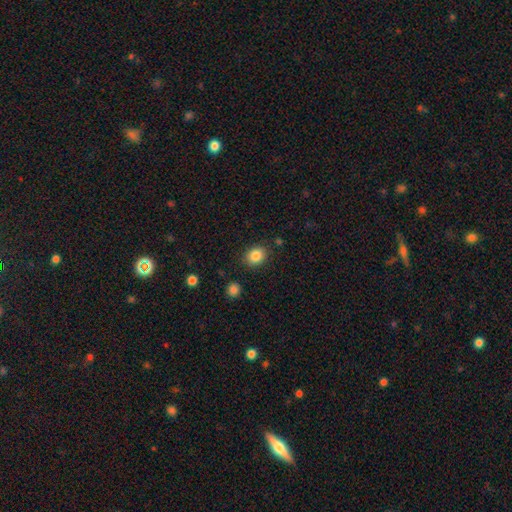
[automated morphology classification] Smooth or featured?
  - smooth: 86% *
  - star or artifact: 9%
  - featured or disk: 5%
How rounded?
  - round: 52% *
  - in between: 47%
  - cigar-shaped: 1%
Merging?
  - none: 85% *
  - minor disturbance: 10%
  - major disturbance: 3%
  - merger: 2%